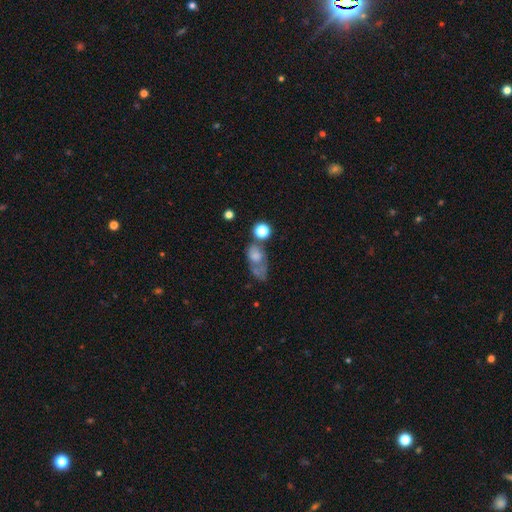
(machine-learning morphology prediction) This appears to be a smooth galaxy with no disk features (58%) that is in between round and cigar-shaped (73%). Merging: none (31%).